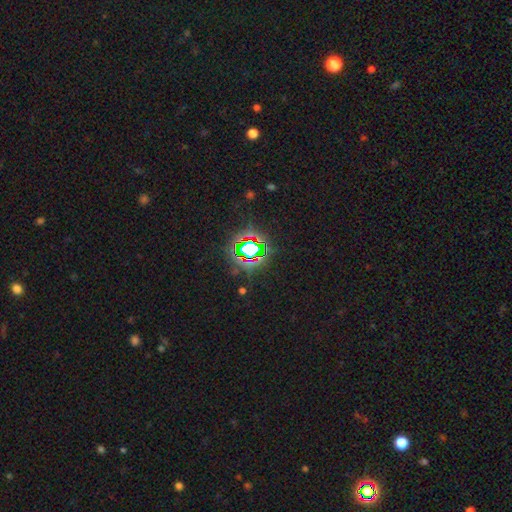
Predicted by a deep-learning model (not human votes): Smooth or featured? star or artifact (82%)